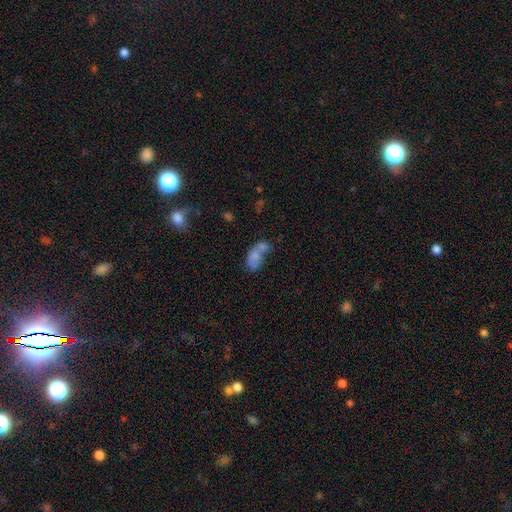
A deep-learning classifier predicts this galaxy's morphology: A smooth galaxy with no disk features (67%) that is in between round and cigar-shaped (84%).

Vote fractions:
- Smooth or featured? smooth: 67% / featured or disk: 21% / star or artifact: 12%
- How rounded? in between: 84% / round: 12% / cigar-shaped: 4%
- Merging? merger: 59% / none: 20% / minor disturbance: 11% / major disturbance: 10%